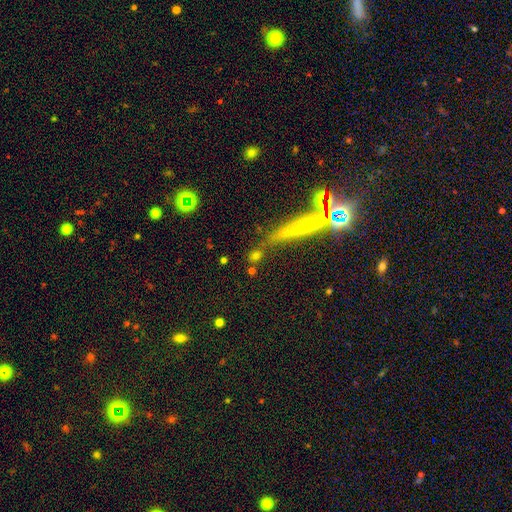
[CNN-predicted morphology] Smooth or featured?
  - smooth: 64% *
  - star or artifact: 18%
  - featured or disk: 17%
How rounded?
  - round: 44% *
  - cigar-shaped: 30%
  - in between: 25%
Merging?
  - none: 72% *
  - minor disturbance: 12%
  - merger: 11%
  - major disturbance: 6%